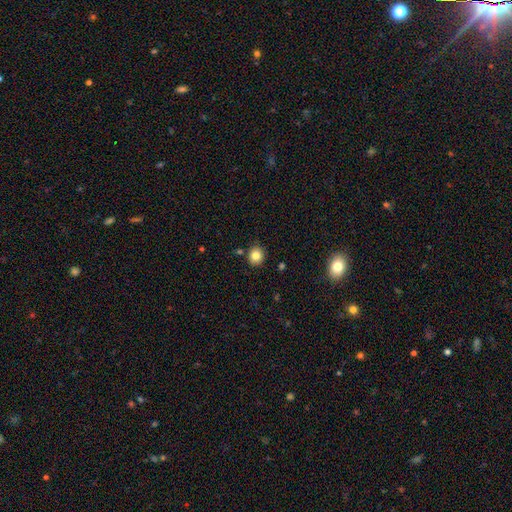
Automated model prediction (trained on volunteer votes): Q: Smooth or featured?
A: smooth (82%); runner-up: star or artifact (11%)
Q: How rounded?
A: round (82%); runner-up: in between (17%)
Q: Merging?
A: none (86%); runner-up: minor disturbance (8%)